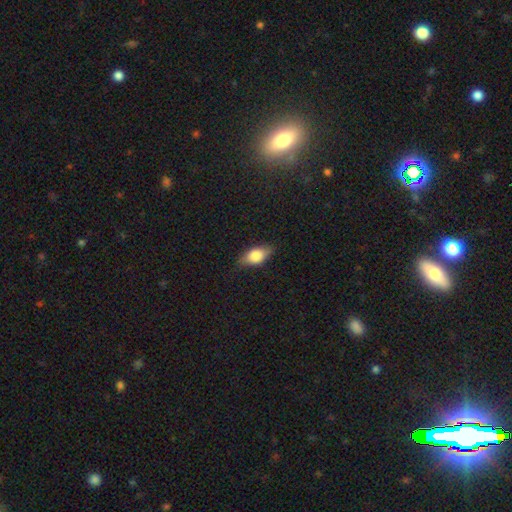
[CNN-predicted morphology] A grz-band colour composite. It shows a smooth galaxy with no disk features (75%) that is in between round and cigar-shaped (85%). Merging: none (82%).